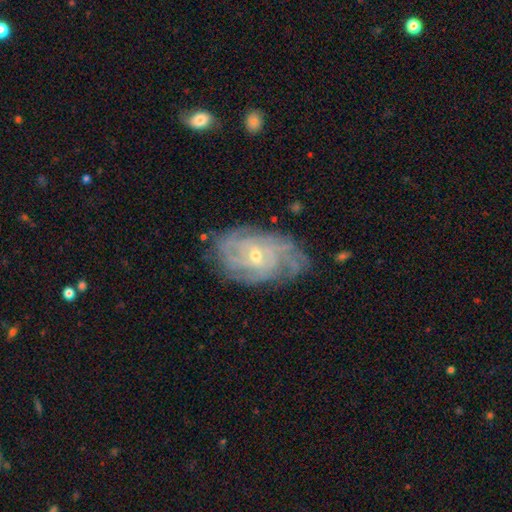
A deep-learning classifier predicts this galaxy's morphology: Smooth or featured? Predicted: featured or disk (p=0.86). Edge-on disk? Predicted: no (p=0.96). Bar? Predicted: no (p=0.55). Spiral arms? Predicted: yes (p=0.95). Spiral winding? Predicted: tight (p=0.69). Spiral arm count? Predicted: can't tell (p=0.37). Bulge size? Predicted: small (p=0.64). Merging? Predicted: none (p=0.71).